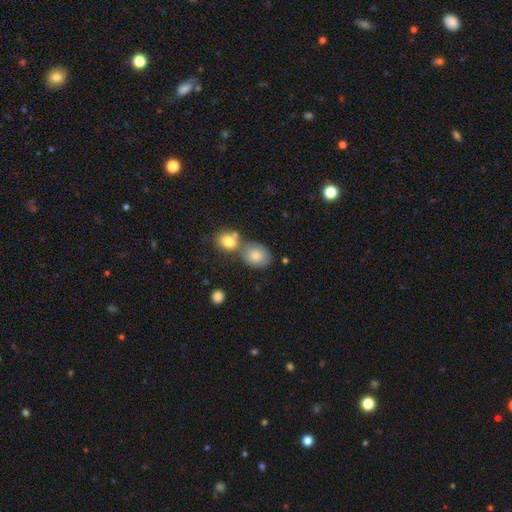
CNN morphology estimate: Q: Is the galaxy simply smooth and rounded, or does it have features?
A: smooth — 77%.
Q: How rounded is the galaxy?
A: in between — 58%.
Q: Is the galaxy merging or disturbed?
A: none — 46%.